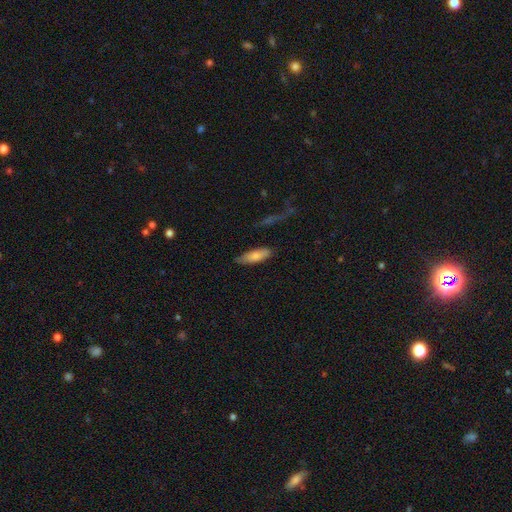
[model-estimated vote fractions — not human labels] Smooth or featured?
  - smooth: 76% *
  - featured or disk: 18%
  - star or artifact: 6%
How rounded?
  - in between: 57% *
  - cigar-shaped: 41%
  - round: 2%
Merging?
  - none: 76% *
  - minor disturbance: 17%
  - major disturbance: 4%
  - merger: 3%